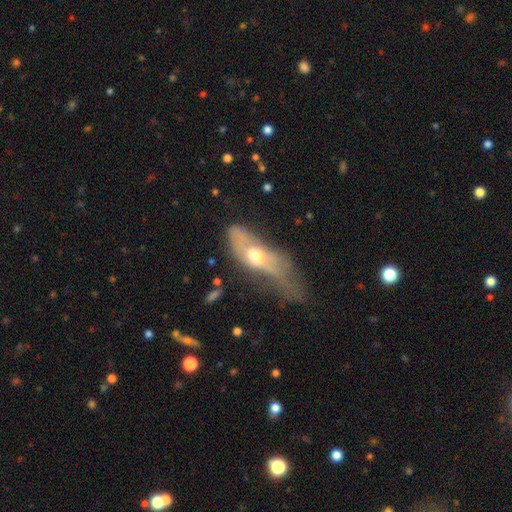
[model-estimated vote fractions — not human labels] A featured or disk galaxy (52%). Merging: major disturbance (51%).